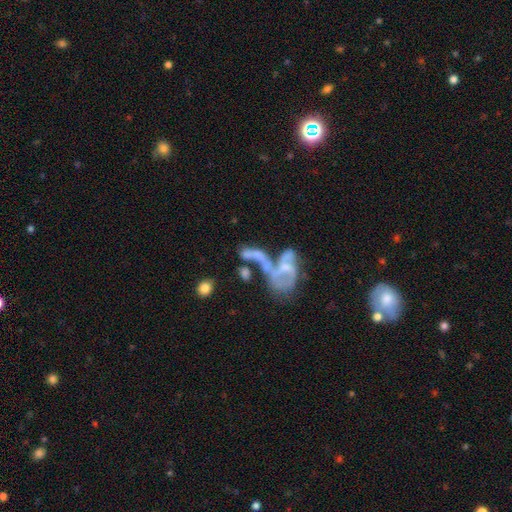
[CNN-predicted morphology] Overall: featured or disk (54%; smooth 33%). Edge-on disk: no (93%). Bar: no (74%). Spiral arms: no (67%; yes 33%). Bulge size: none (47%; small 30%). Merging: merger (61%; major disturbance 22%).